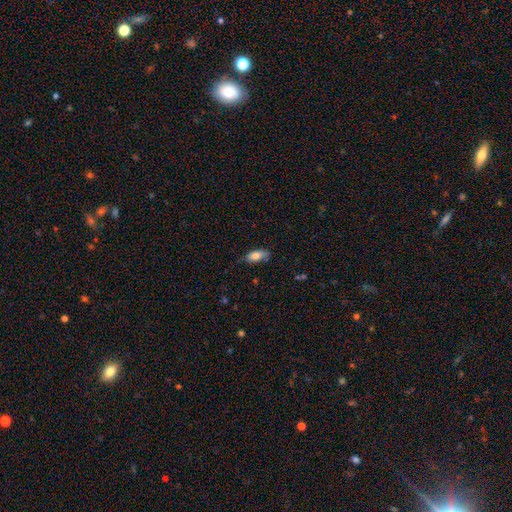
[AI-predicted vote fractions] Q: Smooth or featured?
A: smooth (79%); runner-up: featured or disk (14%)
Q: How rounded?
A: in between (84%); runner-up: cigar-shaped (13%)
Q: Merging?
A: none (65%); runner-up: minor disturbance (27%)